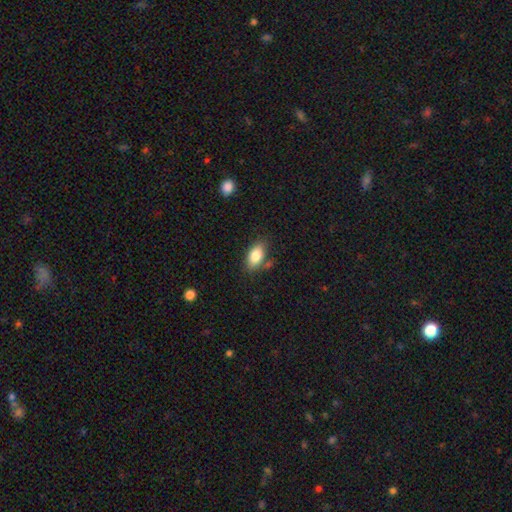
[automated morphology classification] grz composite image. It shows a smooth galaxy with no disk features (84%) that is in between round and cigar-shaped (91%). Merging: none (75%).